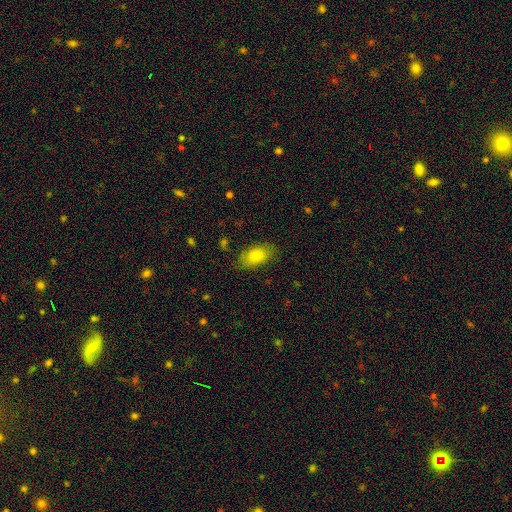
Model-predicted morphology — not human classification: Smooth or featured?
  - smooth: 80% *
  - featured or disk: 12%
  - star or artifact: 7%
How rounded?
  - in between: 91% *
  - round: 5%
  - cigar-shaped: 4%
Merging?
  - none: 79% *
  - minor disturbance: 16%
  - major disturbance: 4%
  - merger: 1%